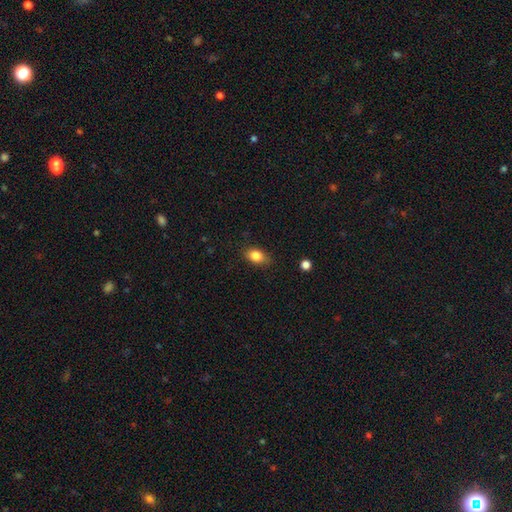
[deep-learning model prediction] This is clearly a smooth galaxy (84%). How rounded: likely in between (76%). Merging: likely none (80%).